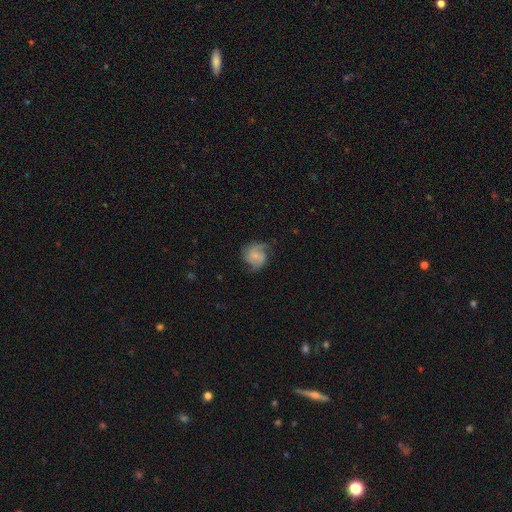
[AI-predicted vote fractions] Overall: featured or disk (69%). Edge-on disk: no (98%). Bar: no (69%). Spiral arms: yes (94%). Spiral arm count: 2 (48%; 3 24%). Spiral winding: medium (47%; tight 27%). Bulge size: small (64%). Merging: none (65%).